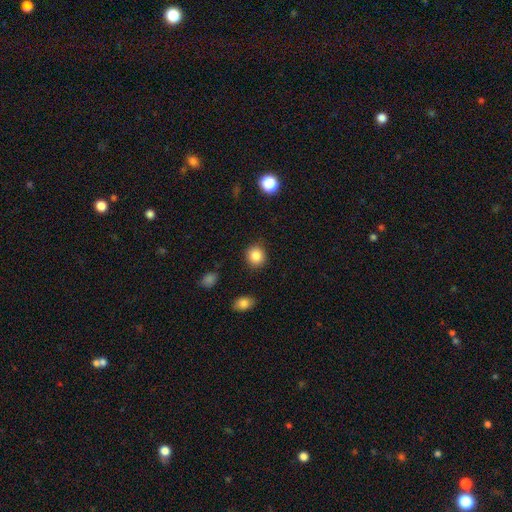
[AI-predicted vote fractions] Morphology: type=smooth (87%); roundness=round (86%); merging=none (88%).